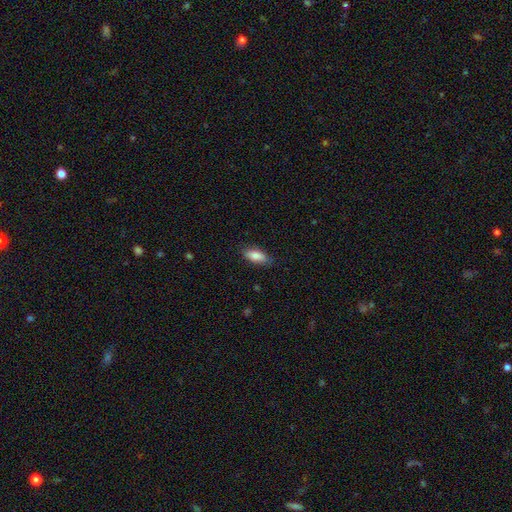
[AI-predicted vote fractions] Smooth or featured? smooth (85%)
How rounded? in between (83%)
Merging? none (81%)